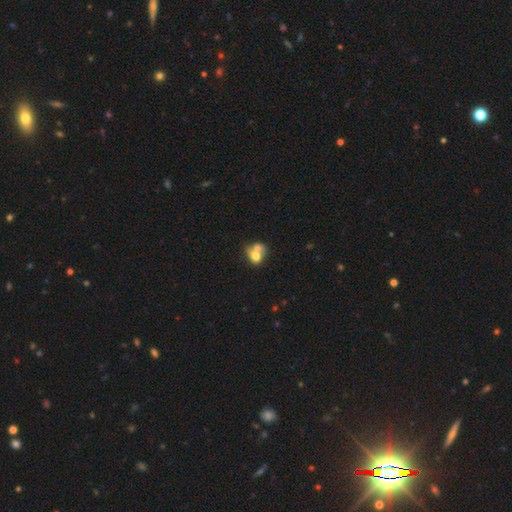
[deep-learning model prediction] smooth_or_featured: smooth (p=0.66) [alt: featured or disk p=0.24]
how_rounded: round (p=0.52) [alt: in between p=0.46]
merging: merger (p=0.67) [alt: none p=0.21]